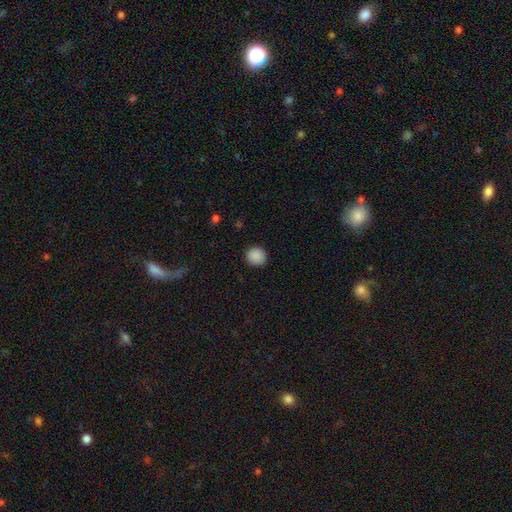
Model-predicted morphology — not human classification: Smooth or featured? Predicted: smooth (p=0.89). How rounded? Predicted: round (p=0.90). Merging? Predicted: none (p=0.91).